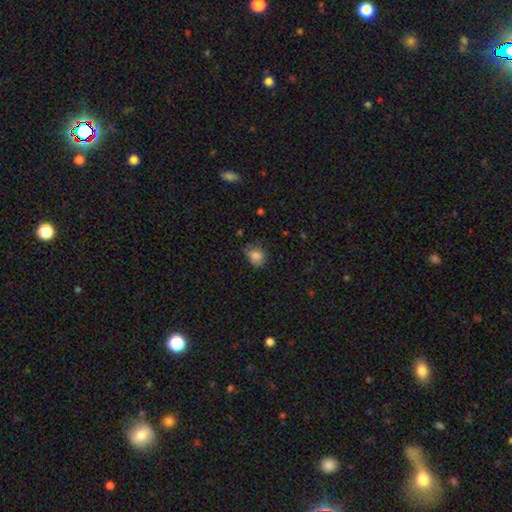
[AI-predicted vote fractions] smooth_or_featured: smooth (p=0.81) [alt: star or artifact p=0.11]
how_rounded: round (p=0.61) [alt: in between p=0.38]
merging: none (p=0.58) [alt: minor disturbance p=0.31]